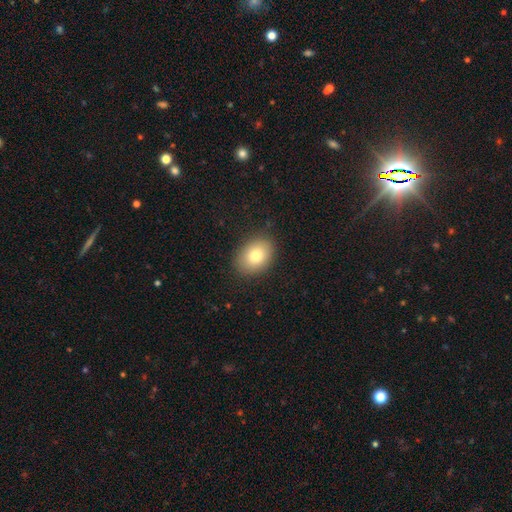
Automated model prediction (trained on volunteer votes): Q: Smooth or featured?
A: smooth (80%); runner-up: featured or disk (11%)
Q: How rounded?
A: in between (72%); runner-up: round (27%)
Q: Merging?
A: none (87%); runner-up: minor disturbance (9%)